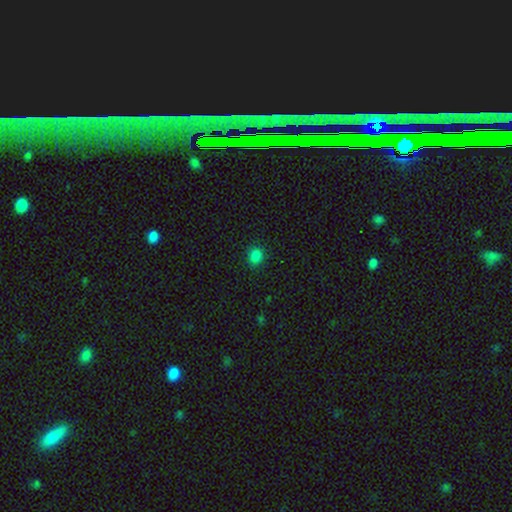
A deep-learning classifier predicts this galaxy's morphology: Smooth or featured? smooth (83%)
How rounded? round (69%)
Merging? none (89%)